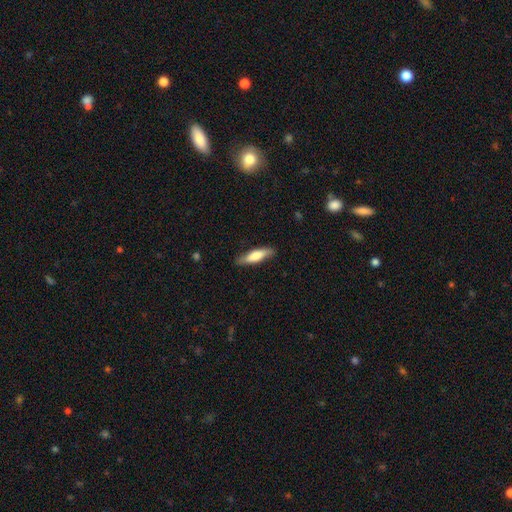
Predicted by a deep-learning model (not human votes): Morphology: type=smooth (69%); roundness=cigar-shaped (68%); merging=none (83%).